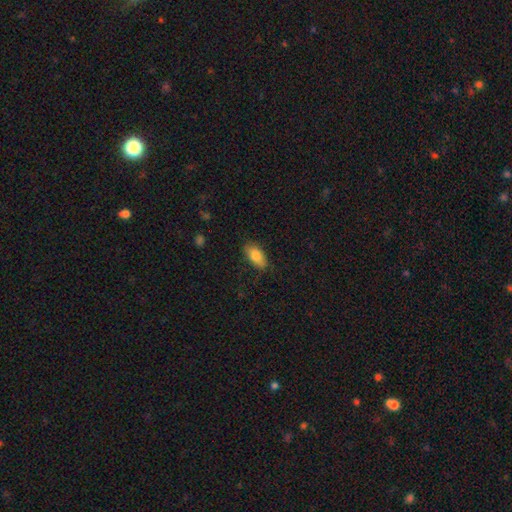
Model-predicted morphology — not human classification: Q: Smooth or featured?
A: smooth (82%); runner-up: featured or disk (12%)
Q: How rounded?
A: in between (88%); runner-up: cigar-shaped (9%)
Q: Merging?
A: none (82%); runner-up: minor disturbance (14%)